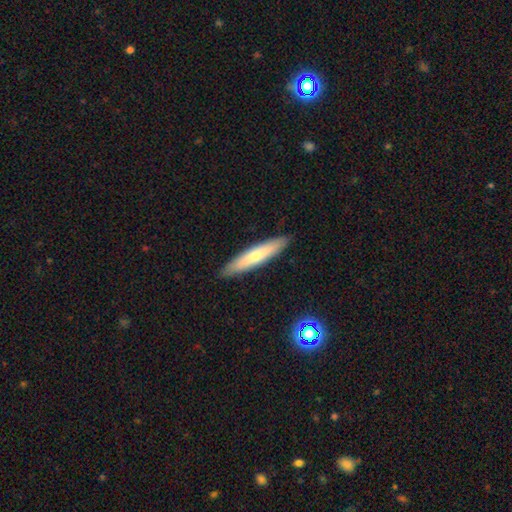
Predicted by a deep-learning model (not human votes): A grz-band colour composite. It shows a smooth galaxy with no disk features (61%) that is cigar-shaped (88%). Merging: none (91%).